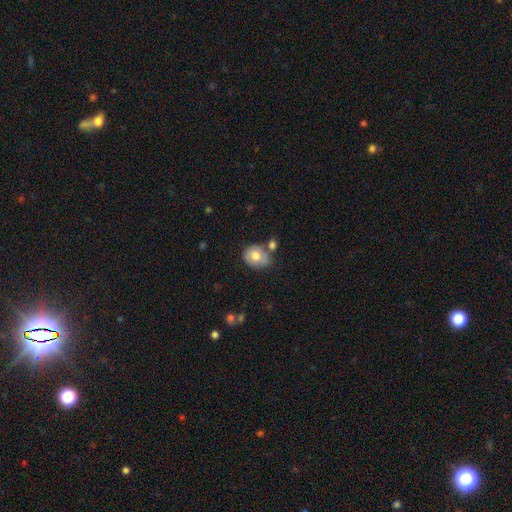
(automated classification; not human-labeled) Smooth or featured? smooth (74%)
How rounded? round (56%)
Merging? none (58%)